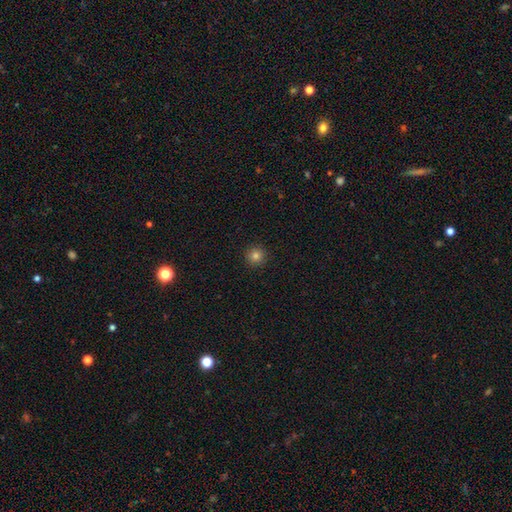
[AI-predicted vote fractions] This is clearly a smooth galaxy (81%). How rounded: clearly round (95%). Merging: clearly none (93%).